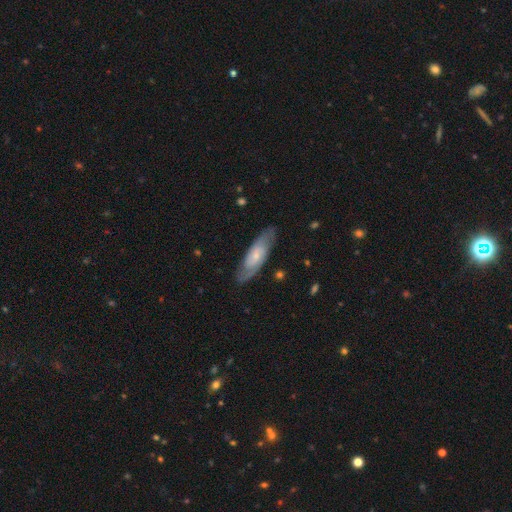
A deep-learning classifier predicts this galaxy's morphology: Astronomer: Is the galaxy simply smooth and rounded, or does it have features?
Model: featured or disk — 62%.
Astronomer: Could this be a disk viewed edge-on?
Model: no — 80%.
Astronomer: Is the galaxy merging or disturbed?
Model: none — 81%.